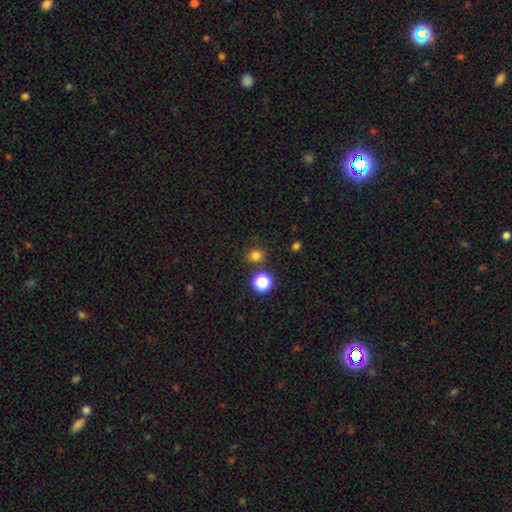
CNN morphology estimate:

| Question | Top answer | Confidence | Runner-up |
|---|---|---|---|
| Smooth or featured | smooth | 78% | star or artifact (18%) |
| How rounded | round | 89% | in between (10%) |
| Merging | none | 85% | minor disturbance (7%) |